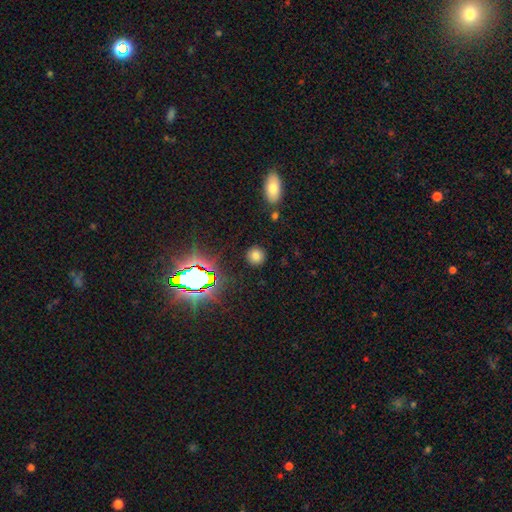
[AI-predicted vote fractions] Smooth or featured?
  - smooth: 73% *
  - star or artifact: 20%
  - featured or disk: 7%
How rounded?
  - round: 91% *
  - in between: 8%
  - cigar-shaped: 1%
Merging?
  - none: 88% *
  - minor disturbance: 7%
  - major disturbance: 3%
  - merger: 2%